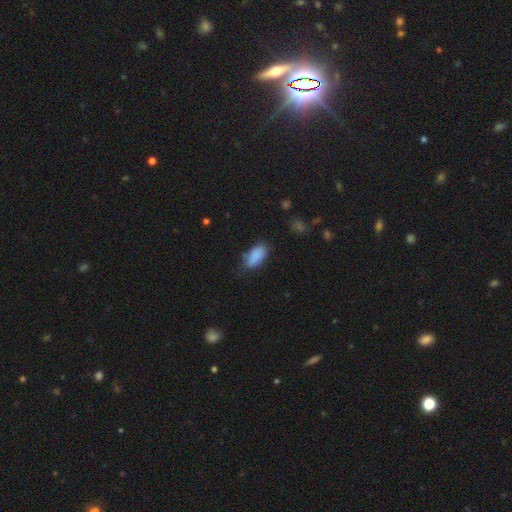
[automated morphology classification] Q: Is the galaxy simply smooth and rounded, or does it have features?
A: smooth — 87%.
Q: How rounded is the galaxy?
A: in between — 90%.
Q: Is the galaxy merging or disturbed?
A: none — 71%.